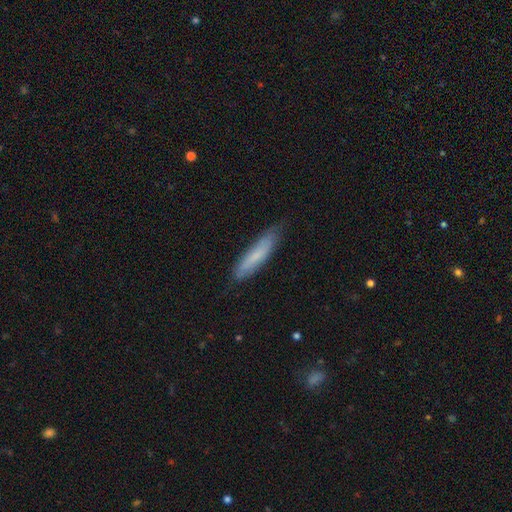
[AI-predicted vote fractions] Smooth or featured?
  - smooth: 71% *
  - featured or disk: 23%
  - star or artifact: 6%
How rounded?
  - cigar-shaped: 83% *
  - in between: 16%
  - round: 1%
Merging?
  - none: 76% *
  - minor disturbance: 19%
  - major disturbance: 3%
  - merger: 1%